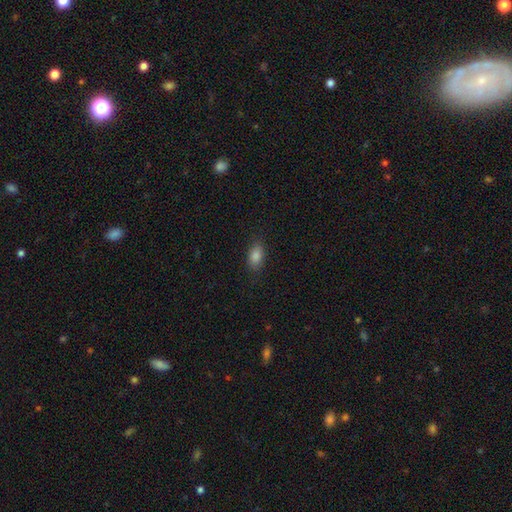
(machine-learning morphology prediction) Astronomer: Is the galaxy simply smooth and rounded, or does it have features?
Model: smooth — 84%.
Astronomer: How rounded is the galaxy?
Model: in between — 88%.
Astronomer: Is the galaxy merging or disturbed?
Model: none — 85%.